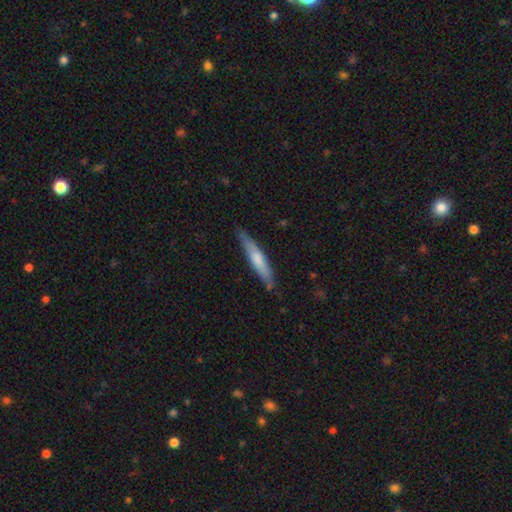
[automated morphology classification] A smooth galaxy with no disk features (55%) that is cigar-shaped (92%). Merging: none (84%).